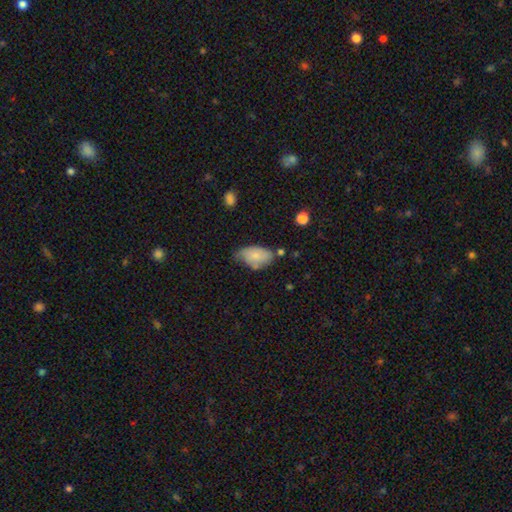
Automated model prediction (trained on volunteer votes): smooth 75%, featured or disk 18%, star or artifact 7%. Down the decision tree: how rounded — in between (93%); merging — minor disturbance (42%).